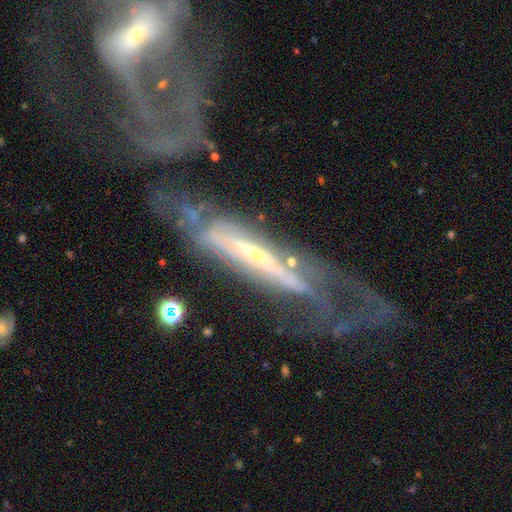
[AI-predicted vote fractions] A featured or disk galaxy (78%) viewed edge-on (58%). Merging: none (44%).